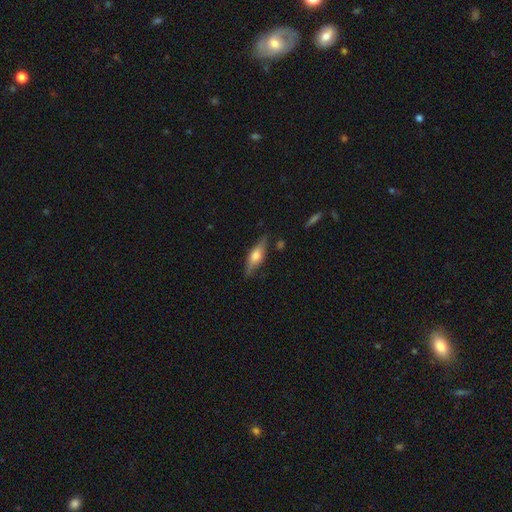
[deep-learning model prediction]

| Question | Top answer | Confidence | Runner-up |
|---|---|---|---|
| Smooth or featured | featured or disk | 52% | smooth (41%) |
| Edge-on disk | yes | 90% | no (10%) |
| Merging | none | 81% | minor disturbance (14%) |